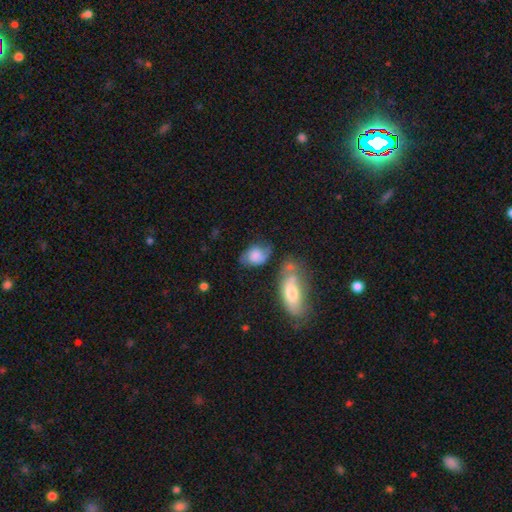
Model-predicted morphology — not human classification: Smooth or featured: smooth — 55% (featured or disk — 36%)
How rounded: in between — 78% (round — 19%)
Merging: none — 47% (minor disturbance — 27%)